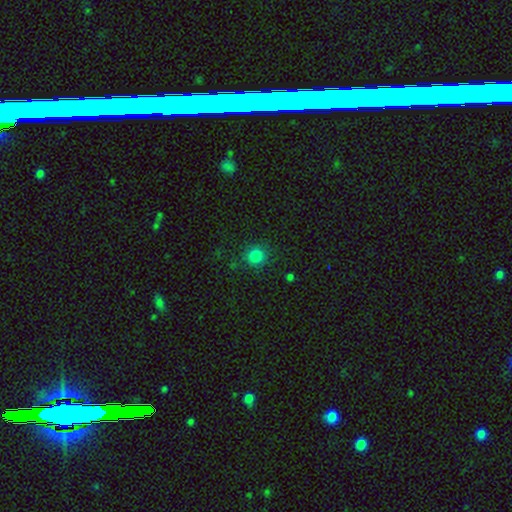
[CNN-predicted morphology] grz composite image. It shows a smooth galaxy with no disk features (83%) that is round (89%). Merging: none (85%).